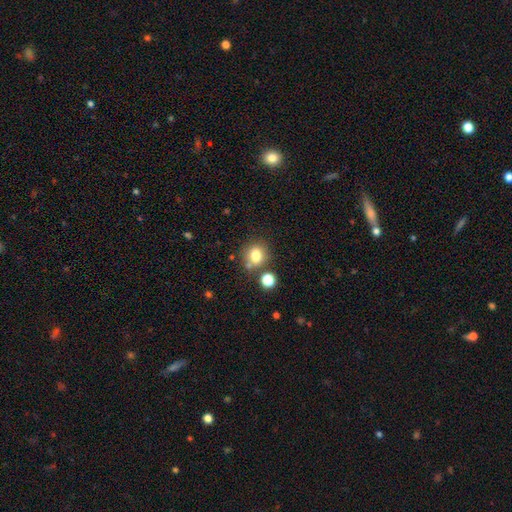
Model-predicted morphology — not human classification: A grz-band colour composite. It shows a smooth galaxy with no disk features (79%) that is round (66%). Merging: none (70%).